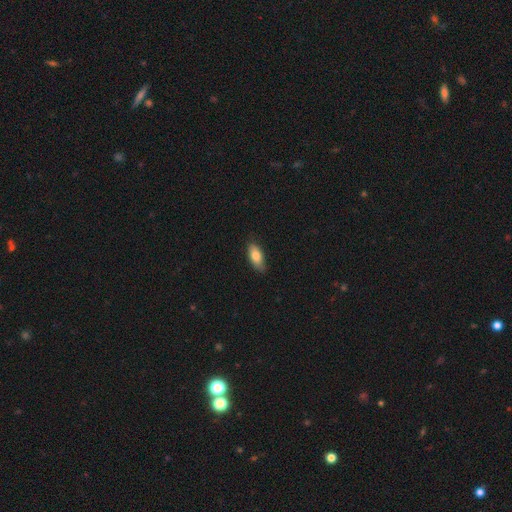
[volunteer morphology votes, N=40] This appears to be a smooth galaxy with no disk features (78%) that is in between round and cigar-shaped (84%). Merging: none (86%).